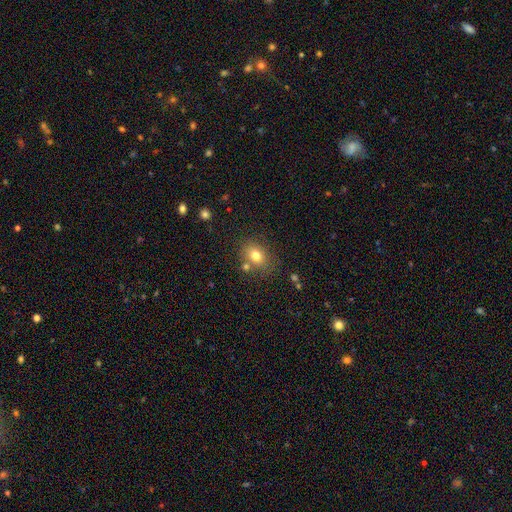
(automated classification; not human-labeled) Morphology: type=smooth (76%); roundness=in between (58%); merging=none (71%).